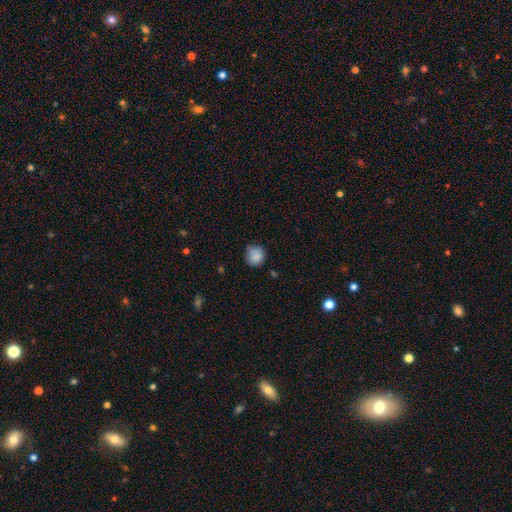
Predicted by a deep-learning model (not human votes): Smooth or featured? Predicted: smooth (p=0.86). How rounded? Predicted: round (p=0.87). Merging? Predicted: none (p=0.70).